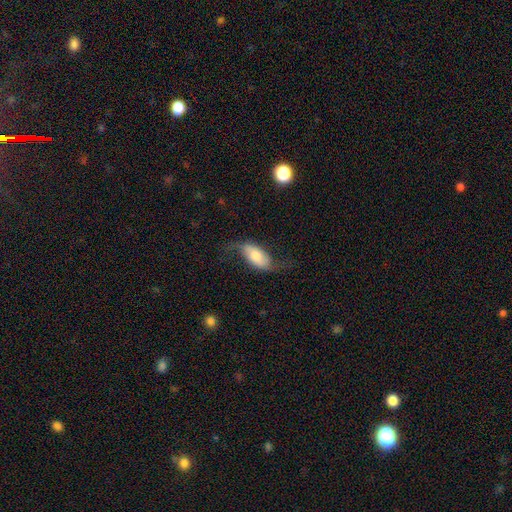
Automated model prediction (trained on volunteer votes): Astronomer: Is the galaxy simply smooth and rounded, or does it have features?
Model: featured or disk — 56% (runner-up: smooth, 36%).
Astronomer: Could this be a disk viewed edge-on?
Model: no — 89%.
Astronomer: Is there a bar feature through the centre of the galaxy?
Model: no — 49% (runner-up: weak, 31%).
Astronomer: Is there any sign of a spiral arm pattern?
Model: yes — 87%.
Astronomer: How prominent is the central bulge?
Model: moderate — 47% (runner-up: small, 29%).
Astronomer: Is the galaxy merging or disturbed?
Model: none — 59%.